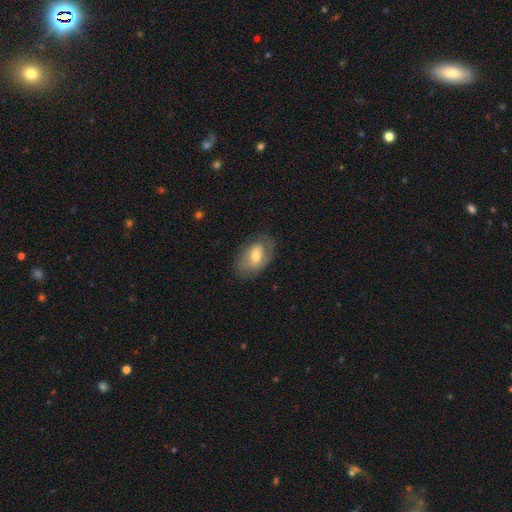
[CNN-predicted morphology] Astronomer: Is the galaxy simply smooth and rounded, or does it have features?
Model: smooth — 47% (runner-up: featured or disk, 46%).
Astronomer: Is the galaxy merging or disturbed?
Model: none — 70%.